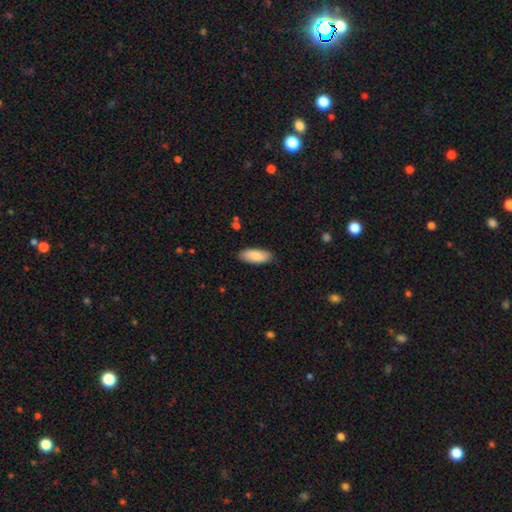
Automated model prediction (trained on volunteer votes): Morphology: type=smooth (84%); roundness=in between (79%); merging=none (86%).